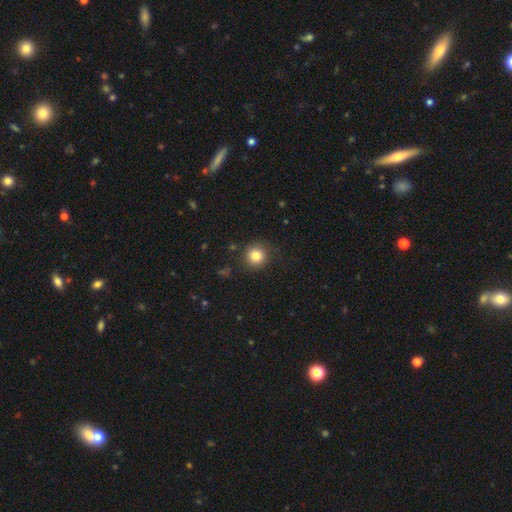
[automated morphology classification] Smooth or featured: smooth — 82% (star or artifact — 11%)
How rounded: round — 93% (in between — 6%)
Merging: none — 87% (minor disturbance — 8%)